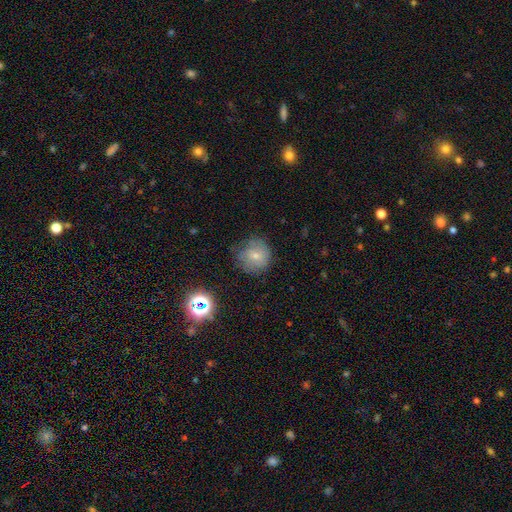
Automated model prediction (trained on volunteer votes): This is likely a smooth galaxy (64%). How rounded: clearly round (89%). Merging: likely none (67%).